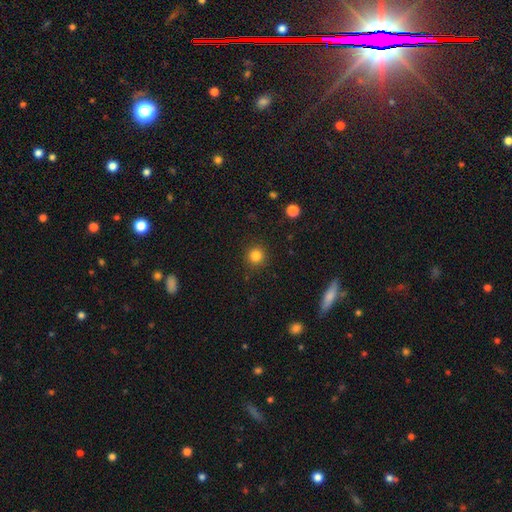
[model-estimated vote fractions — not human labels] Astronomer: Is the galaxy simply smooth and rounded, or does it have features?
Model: smooth — 83%.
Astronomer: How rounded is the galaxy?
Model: round — 94%.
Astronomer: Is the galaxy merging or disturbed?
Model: none — 91%.